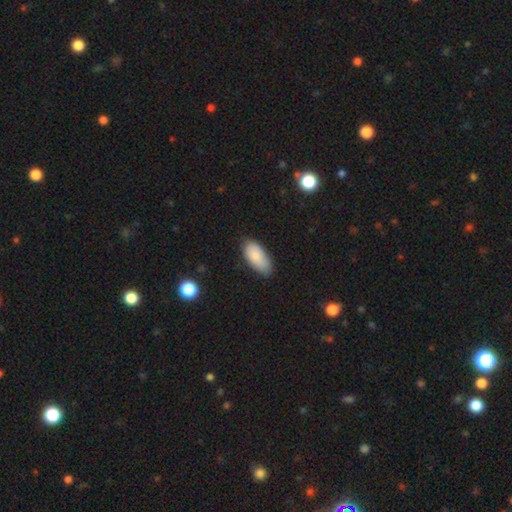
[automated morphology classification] Q: Smooth or featured?
A: smooth (83%); runner-up: featured or disk (11%)
Q: How rounded?
A: in between (91%); runner-up: cigar-shaped (7%)
Q: Merging?
A: none (73%); runner-up: minor disturbance (22%)